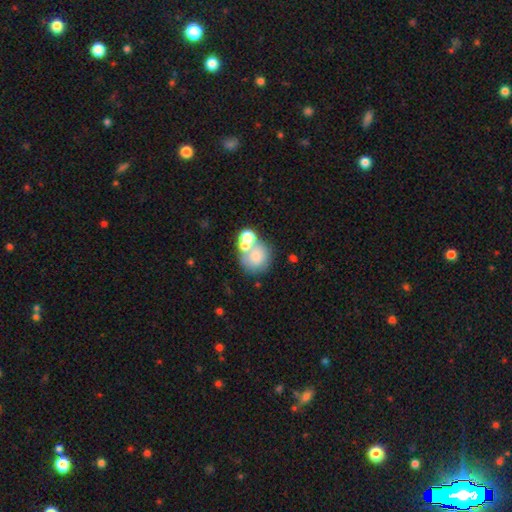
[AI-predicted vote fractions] Morphology: type=smooth (64%); roundness=round (80%); merging=merger (40%, tied with none).